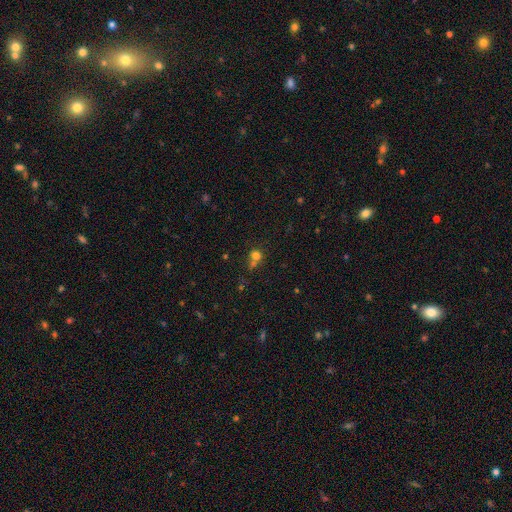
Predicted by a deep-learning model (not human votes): Overall: smooth (72%). How rounded: round (82%). Merging: none (46%; merger 37%).